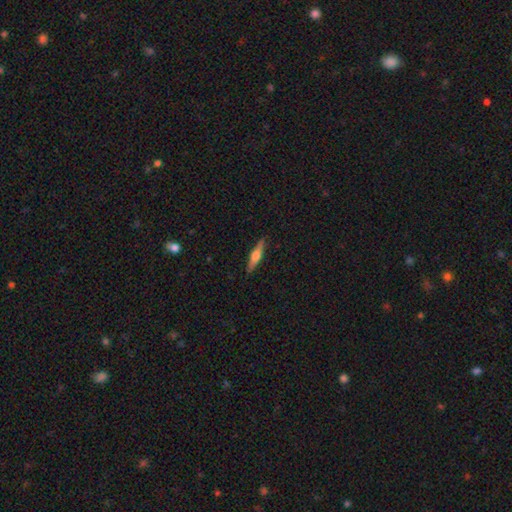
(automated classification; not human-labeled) featured or disk 58%, smooth 37%, star or artifact 6%. Down the decision tree: edge-on disk — yes (97%); edge-on bulge — rounded (85%); merging — none (89%).